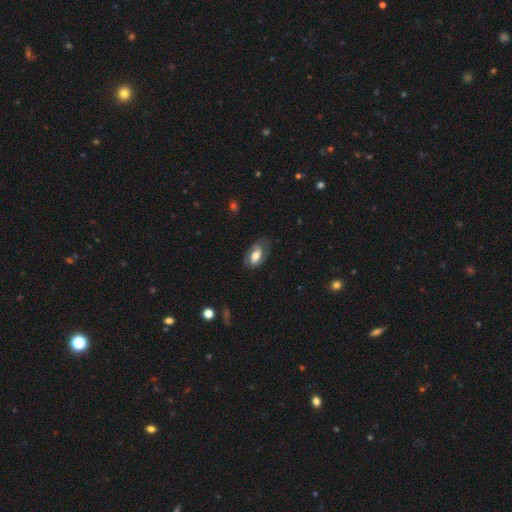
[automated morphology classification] Smooth or featured? Predicted: featured or disk (p=0.53). Edge-on disk? Predicted: no (p=0.92). Merging? Predicted: none (p=0.70).